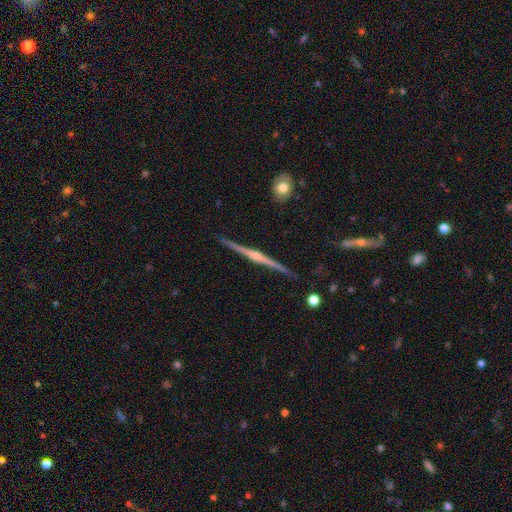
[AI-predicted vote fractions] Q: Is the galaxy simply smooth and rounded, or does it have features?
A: featured or disk — 81%.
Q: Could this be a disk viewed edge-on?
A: yes — 98%.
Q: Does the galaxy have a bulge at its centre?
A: rounded — 77%.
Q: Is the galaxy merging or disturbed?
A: none — 88%.